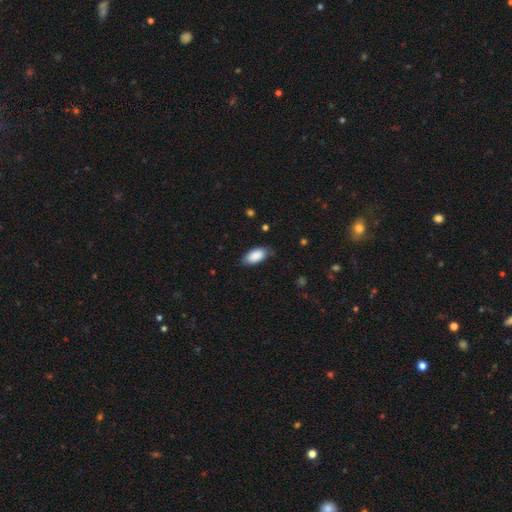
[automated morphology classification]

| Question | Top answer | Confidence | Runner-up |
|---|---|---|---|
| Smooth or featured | smooth | 88% | star or artifact (6%) |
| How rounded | in between | 92% | cigar-shaped (5%) |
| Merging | none | 77% | minor disturbance (18%) |